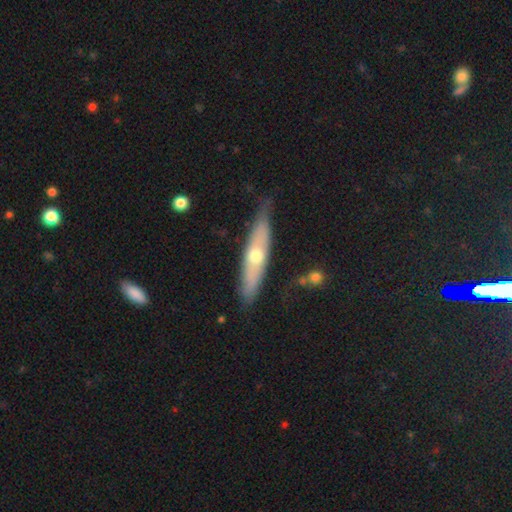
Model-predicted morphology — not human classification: Smooth or featured: featured or disk — 50% (smooth — 45%)
Merging: none — 75% (minor disturbance — 18%)